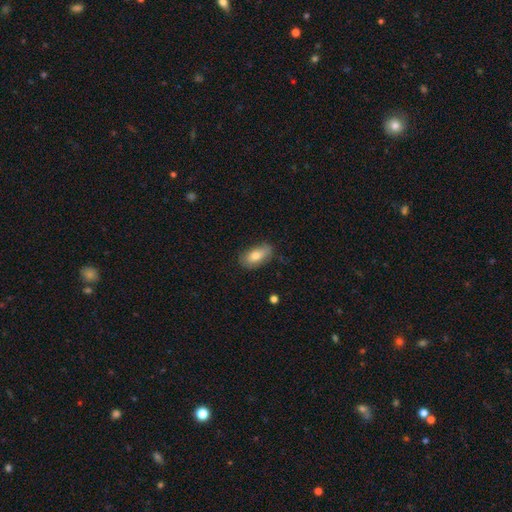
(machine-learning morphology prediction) smooth_or_featured: smooth (p=0.75) [alt: featured or disk p=0.19]
how_rounded: in between (p=0.91) [alt: round p=0.05]
merging: none (p=0.73) [alt: minor disturbance p=0.21]